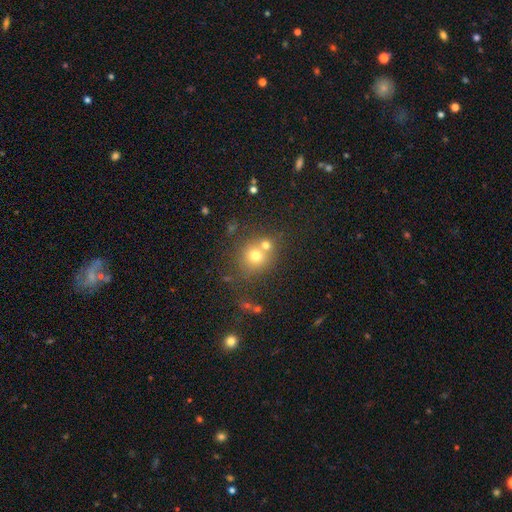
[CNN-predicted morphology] This is likely a smooth galaxy (69%). How rounded: clearly round (83%). Merging: possibly none (52%).